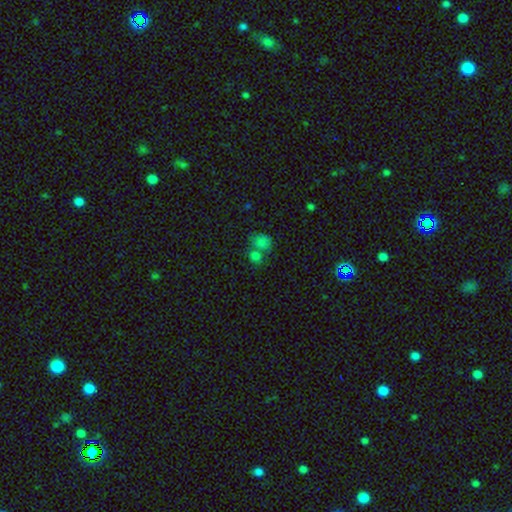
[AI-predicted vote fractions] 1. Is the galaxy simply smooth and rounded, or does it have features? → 75% smooth, 17% star or artifact, 8% featured or disk.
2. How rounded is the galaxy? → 68% round, 31% in between, 1% cigar-shaped.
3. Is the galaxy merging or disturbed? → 46% merger, 40% none, 9% minor disturbance, 5% major disturbance.